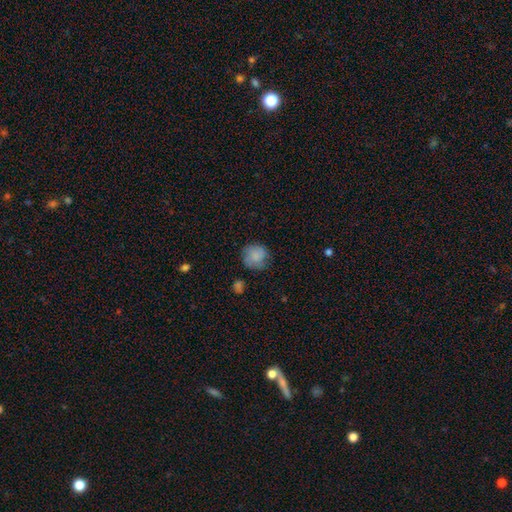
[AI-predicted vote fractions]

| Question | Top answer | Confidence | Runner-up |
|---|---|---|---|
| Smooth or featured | smooth | 75% | featured or disk (16%) |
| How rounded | round | 84% | in between (15%) |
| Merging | none | 68% | minor disturbance (22%) |